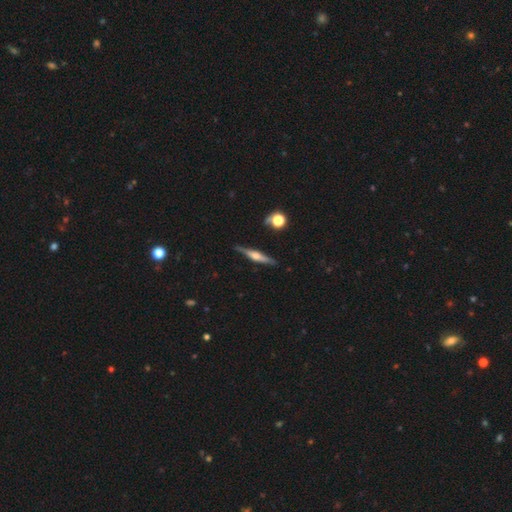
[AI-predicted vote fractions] The model was most divided on "smooth or featured": featured or disk: 73%, smooth: 21%, star or artifact: 6%. More confident: edge-on disk — yes (97%); merging — none (86%); edge-on bulge — rounded (85%).